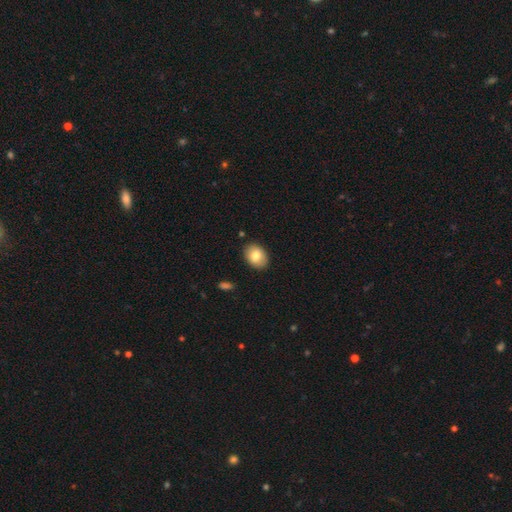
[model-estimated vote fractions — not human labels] Smooth or featured? Predicted: smooth (p=0.81). How rounded? Predicted: in between (p=0.74). Merging? Predicted: none (p=0.88).